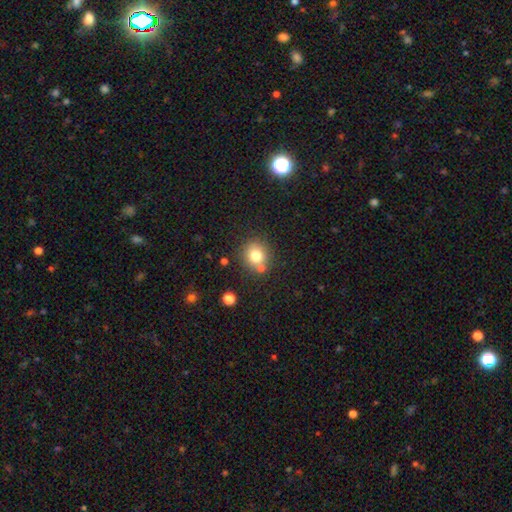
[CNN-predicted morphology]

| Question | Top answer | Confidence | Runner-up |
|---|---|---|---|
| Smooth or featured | smooth | 78% | star or artifact (12%) |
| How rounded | round | 87% | in between (12%) |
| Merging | none | 73% | merger (14%) |